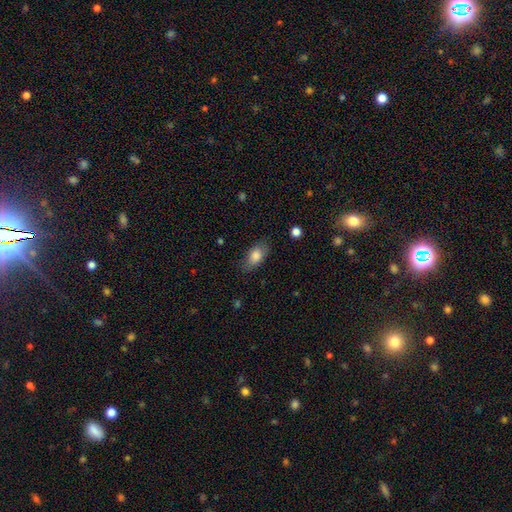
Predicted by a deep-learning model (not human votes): Smooth or featured?
  - smooth: 81% *
  - featured or disk: 11%
  - star or artifact: 7%
How rounded?
  - in between: 89% *
  - round: 6%
  - cigar-shaped: 5%
Merging?
  - none: 78% *
  - minor disturbance: 16%
  - major disturbance: 5%
  - merger: 1%